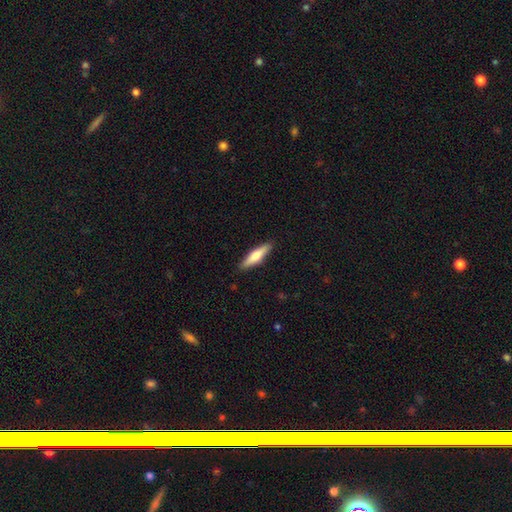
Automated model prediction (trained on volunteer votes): The model was most divided on "smooth or featured": smooth: 61%, featured or disk: 34%, star or artifact: 5%. More confident: merging — none (89%); how rounded — cigar-shaped (75%).